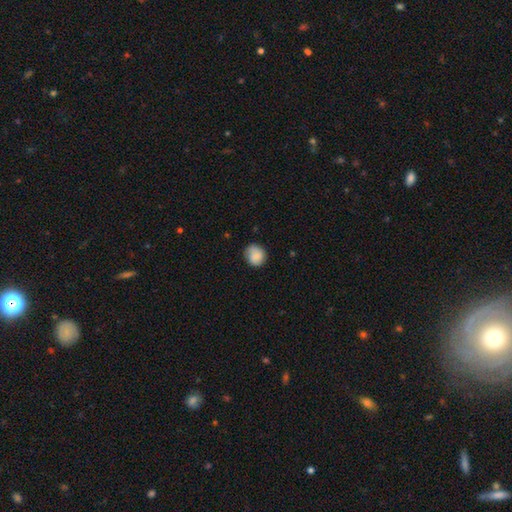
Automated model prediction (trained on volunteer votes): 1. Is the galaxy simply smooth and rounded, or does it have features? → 82% smooth, 10% featured or disk, 7% star or artifact.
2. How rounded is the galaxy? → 81% round, 18% in between, 1% cigar-shaped.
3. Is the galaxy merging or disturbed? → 72% none, 21% minor disturbance, 5% major disturbance, 1% merger.